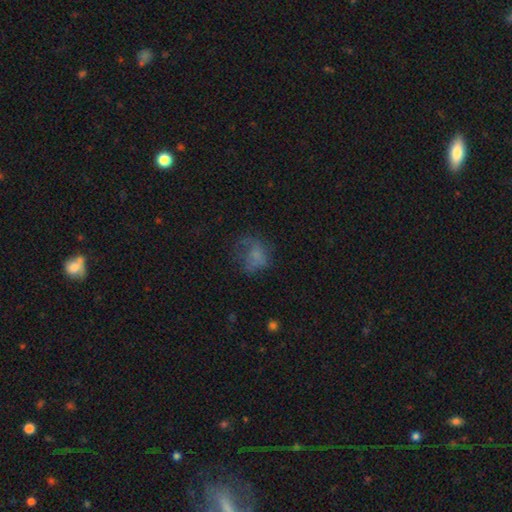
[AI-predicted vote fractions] Smooth or featured? smooth (52%)
How rounded? round (51%)
Merging? major disturbance (38%)